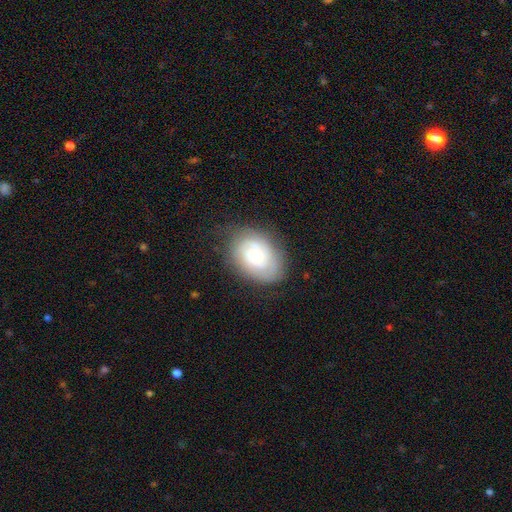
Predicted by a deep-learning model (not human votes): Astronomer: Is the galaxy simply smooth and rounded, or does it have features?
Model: featured or disk — 57% (runner-up: smooth, 35%).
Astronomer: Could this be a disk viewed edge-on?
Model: no — 96%.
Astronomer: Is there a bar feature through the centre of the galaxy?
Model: no — 77%.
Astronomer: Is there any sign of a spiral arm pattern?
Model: yes — 81%.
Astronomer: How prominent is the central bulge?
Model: moderate — 50% (runner-up: small, 43%).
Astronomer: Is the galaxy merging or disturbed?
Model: none — 74%.